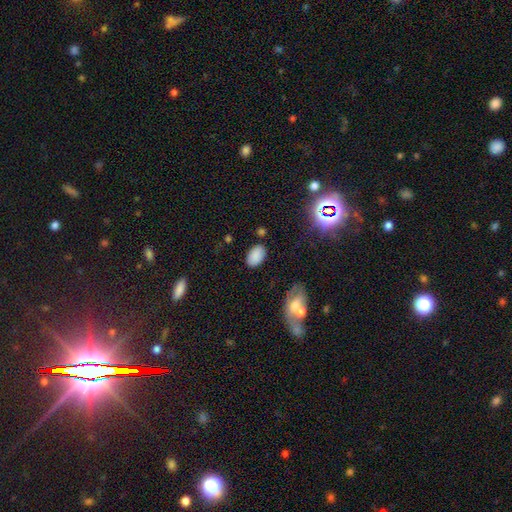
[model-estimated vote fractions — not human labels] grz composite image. It shows a smooth galaxy with no disk features (84%) that is in between round and cigar-shaped (92%). Merging: none (82%).